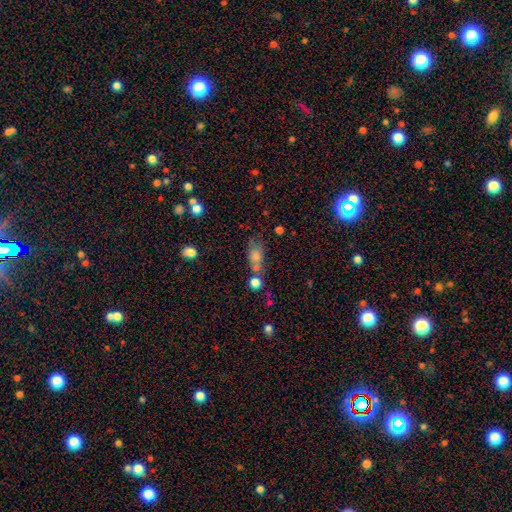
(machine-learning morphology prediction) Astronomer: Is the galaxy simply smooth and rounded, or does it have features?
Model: smooth — 73%.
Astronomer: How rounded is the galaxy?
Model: in between — 71%.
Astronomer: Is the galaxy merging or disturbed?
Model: none — 42% (runner-up: merger, 29%).